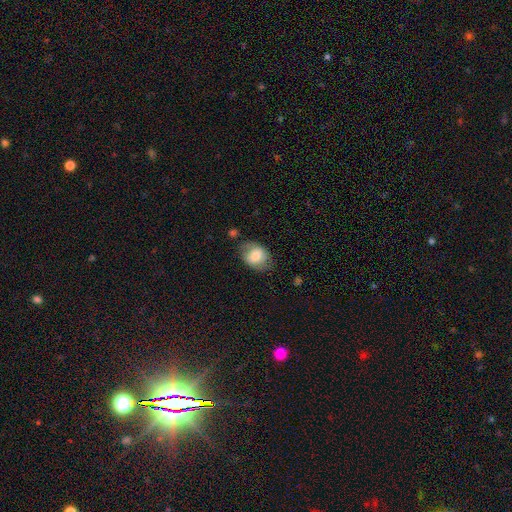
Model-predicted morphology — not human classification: Smooth or featured: smooth — 70% (featured or disk — 23%)
How rounded: in between — 75% (round — 24%)
Merging: none — 67% (minor disturbance — 22%)